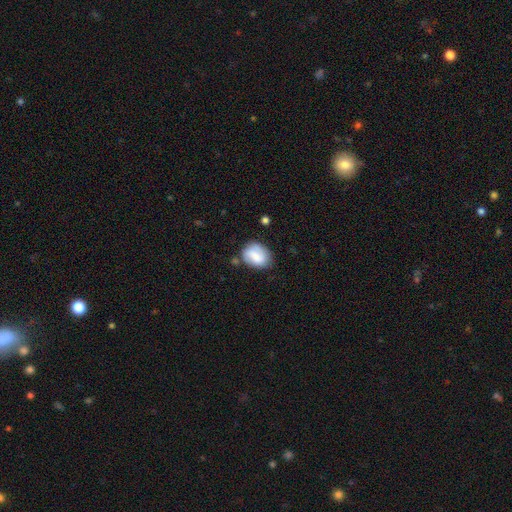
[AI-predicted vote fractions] A smooth galaxy with no disk features (76%) that is in between round and cigar-shaped (68%). Merging: none (60%).